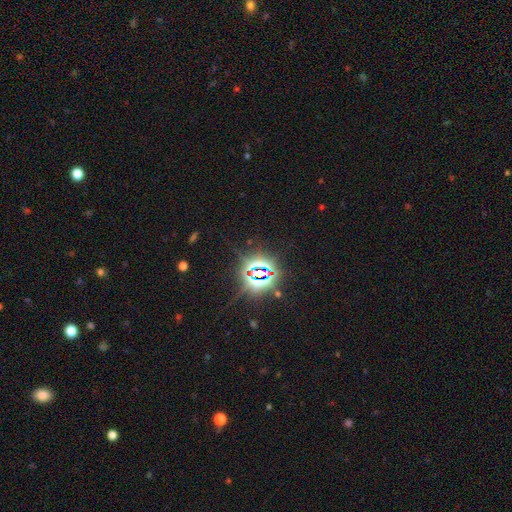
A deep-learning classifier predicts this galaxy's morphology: type=star or artifact (86%).